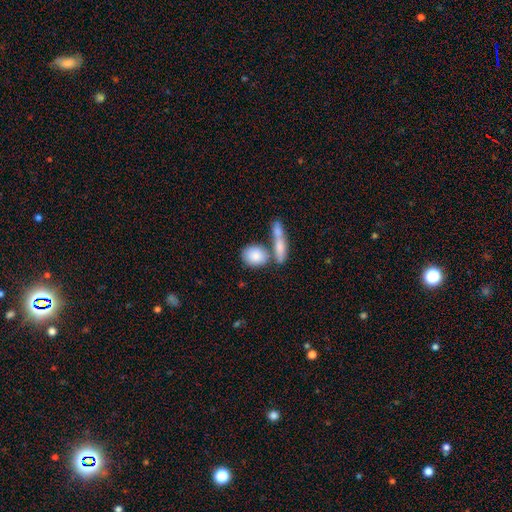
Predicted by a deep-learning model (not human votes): smooth_or_featured: smooth (p=0.84) [alt: featured or disk p=0.11]
how_rounded: in between (p=0.60) [alt: round p=0.34]
merging: none (p=0.48) [alt: merger p=0.35]